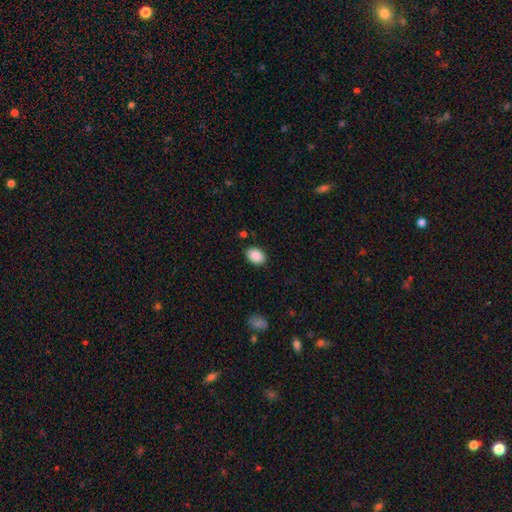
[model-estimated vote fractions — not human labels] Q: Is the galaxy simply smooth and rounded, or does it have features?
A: smooth — 89%.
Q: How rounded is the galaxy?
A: in between — 80%.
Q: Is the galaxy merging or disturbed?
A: none — 87%.